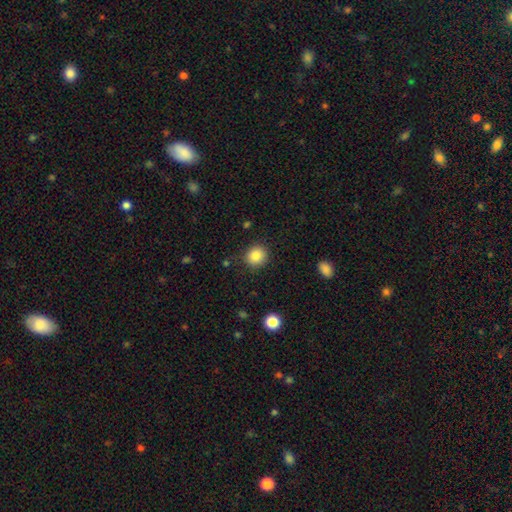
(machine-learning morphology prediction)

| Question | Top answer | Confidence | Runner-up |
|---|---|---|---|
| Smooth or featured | smooth | 85% | star or artifact (10%) |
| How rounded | round | 86% | in between (13%) |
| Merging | none | 87% | minor disturbance (9%) |